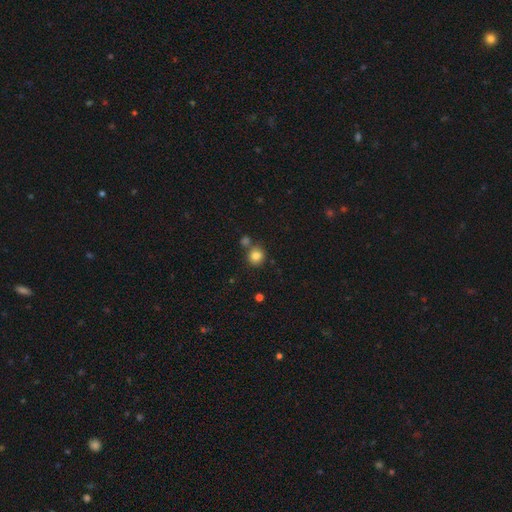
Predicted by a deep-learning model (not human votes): A smooth galaxy with no disk features (84%) that is round (89%).

Vote fractions:
- Smooth or featured? smooth: 84% / star or artifact: 11% / featured or disk: 6%
- How rounded? round: 89% / in between: 10% / cigar-shaped: 1%
- Merging? none: 70% / merger: 19% / minor disturbance: 9% / major disturbance: 3%